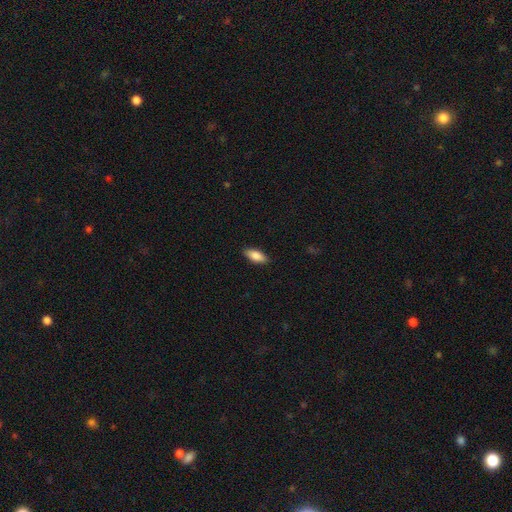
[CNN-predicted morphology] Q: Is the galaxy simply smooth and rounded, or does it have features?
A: smooth — 86%.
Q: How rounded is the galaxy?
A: in between — 82%.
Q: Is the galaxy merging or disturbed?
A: none — 88%.